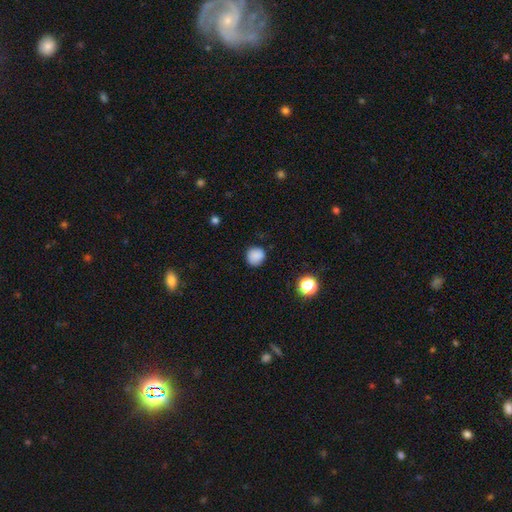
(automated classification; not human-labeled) Smooth or featured?
  - smooth: 86% *
  - star or artifact: 11%
  - featured or disk: 4%
How rounded?
  - round: 90% *
  - in between: 9%
  - cigar-shaped: 1%
Merging?
  - none: 85% *
  - minor disturbance: 11%
  - major disturbance: 3%
  - merger: 1%